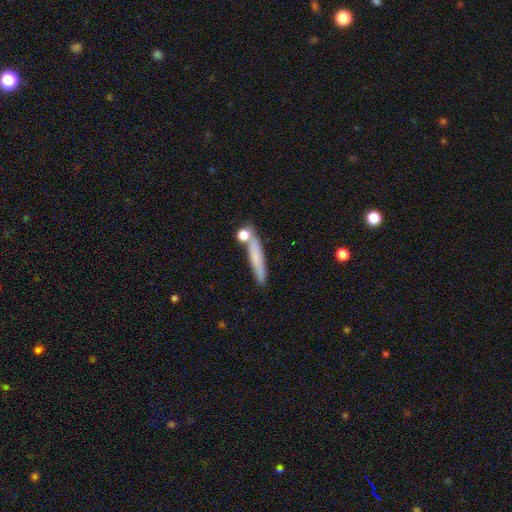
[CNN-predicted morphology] Smooth or featured: smooth — 66% (featured or disk — 26%)
How rounded: cigar-shaped — 88% (in between — 9%)
Merging: none — 71% (minor disturbance — 14%)